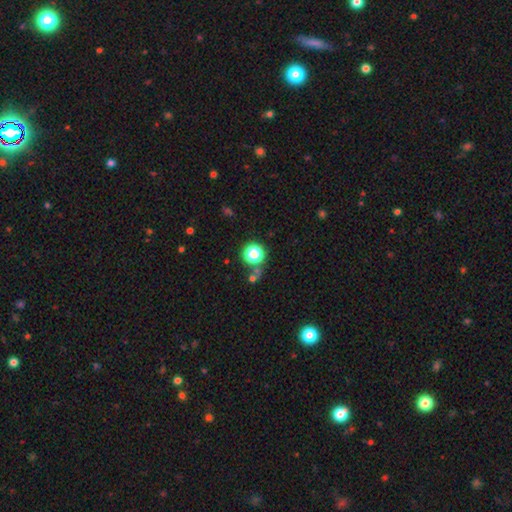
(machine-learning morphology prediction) Overall: smooth (51%; star or artifact 42%). How rounded: round (91%). Merging: none (76%).